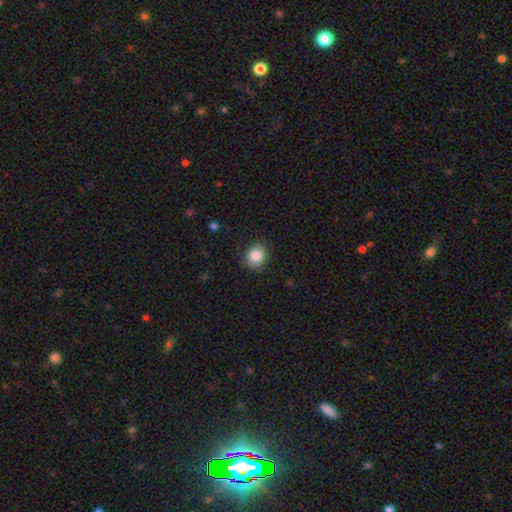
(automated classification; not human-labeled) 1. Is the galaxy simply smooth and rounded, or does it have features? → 86% smooth, 9% star or artifact, 5% featured or disk.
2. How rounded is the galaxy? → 72% round, 27% in between, 1% cigar-shaped.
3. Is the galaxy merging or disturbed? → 85% none, 11% minor disturbance, 3% major disturbance, 1% merger.